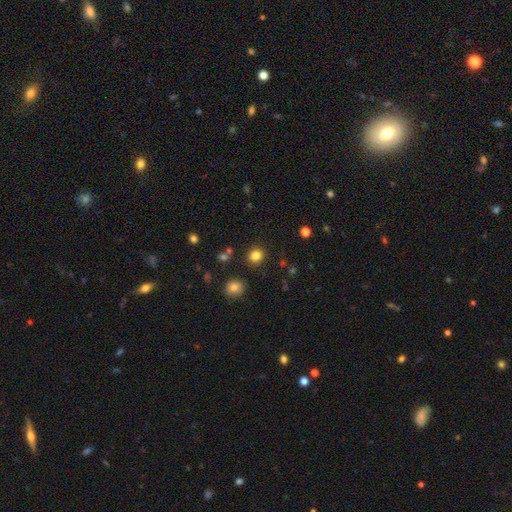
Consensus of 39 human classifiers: smooth 87%, star or artifact 8%, featured or disk 5%. Down the decision tree: how rounded — round (100%); merging — none (97%).